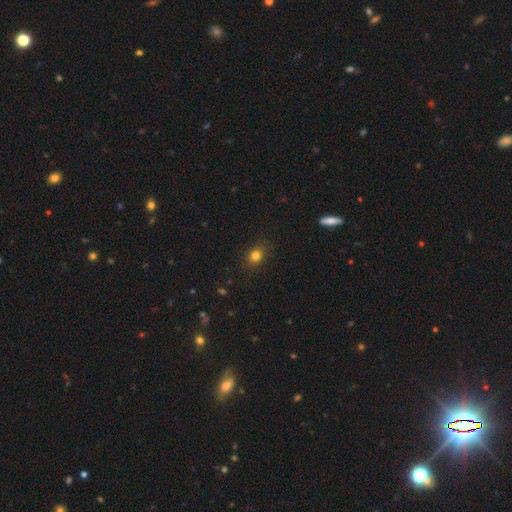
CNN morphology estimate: Smooth or featured? smooth (81%)
How rounded? round (57%)
Merging? none (88%)